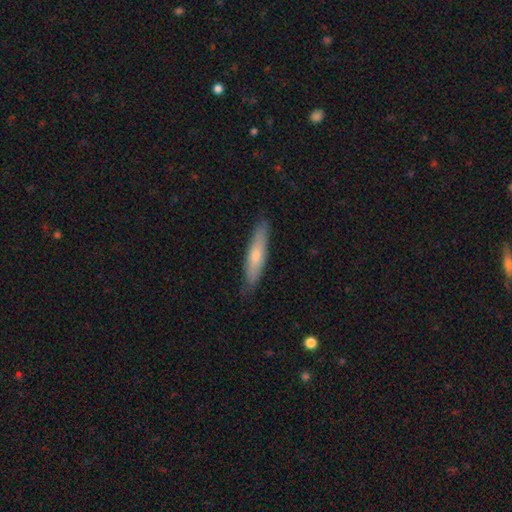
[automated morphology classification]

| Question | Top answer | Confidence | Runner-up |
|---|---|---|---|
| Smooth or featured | smooth | 59% | featured or disk (35%) |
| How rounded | cigar-shaped | 84% | in between (14%) |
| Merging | none | 86% | minor disturbance (11%) |